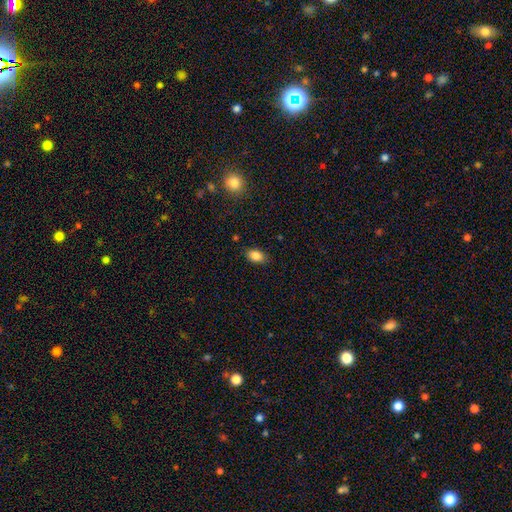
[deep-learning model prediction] Overall: smooth (86%). How rounded: in between (84%). Merging: none (83%).